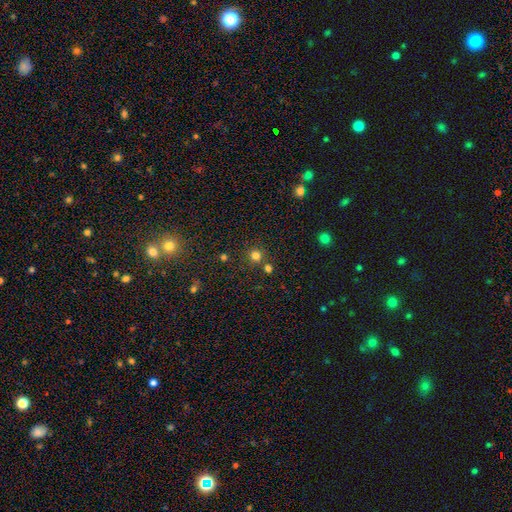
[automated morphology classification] Smooth or featured? smooth (77%)
How rounded? round (93%)
Merging? none (78%)